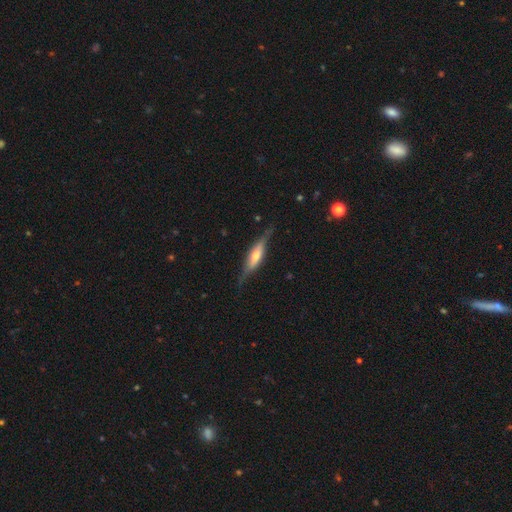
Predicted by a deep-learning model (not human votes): Morphology: type=featured or disk (67%); edge-on=yes (90%); edge-on bulge=rounded (76%); merging=none (75%).